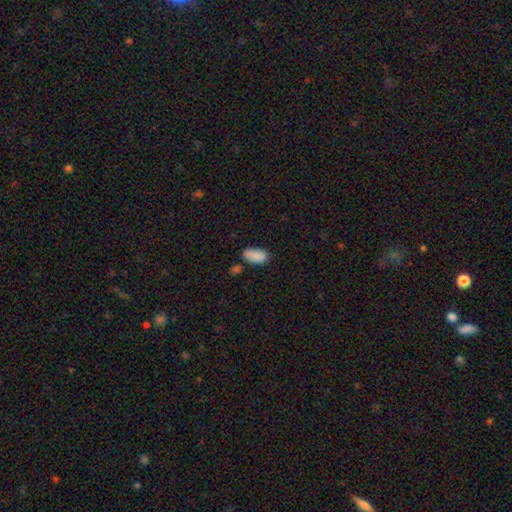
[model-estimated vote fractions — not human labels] This appears to be a smooth galaxy with no disk features (87%) that is in between round and cigar-shaped (93%). Merging: none (64%).